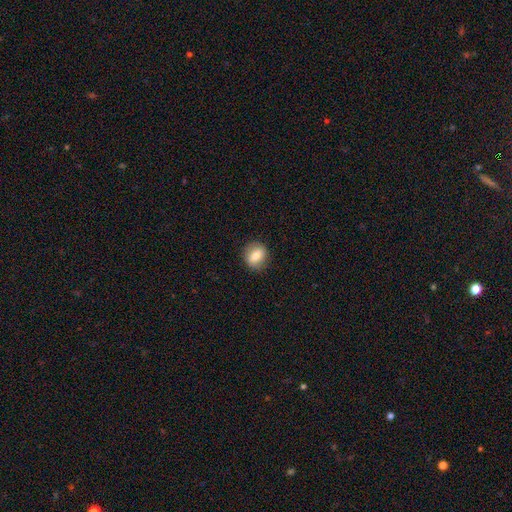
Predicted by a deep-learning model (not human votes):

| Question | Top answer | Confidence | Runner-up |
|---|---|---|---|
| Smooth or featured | smooth | 73% | featured or disk (19%) |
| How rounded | round | 68% | in between (30%) |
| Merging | none | 87% | minor disturbance (10%) |